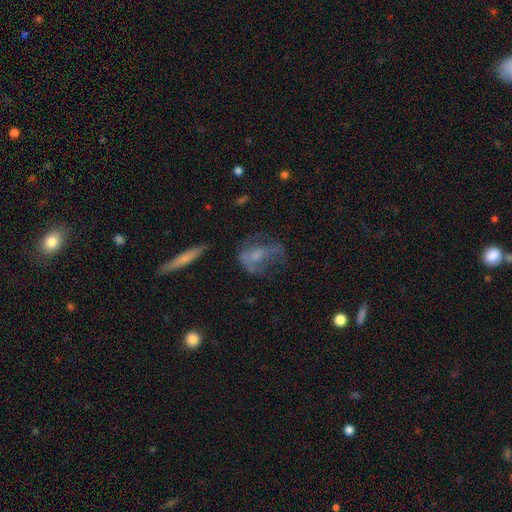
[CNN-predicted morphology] The model was most divided on "merging": none: 38%, major disturbance: 36%, minor disturbance: 22%, merger: 4%. Remaining: smooth or featured — featured or disk (46%).